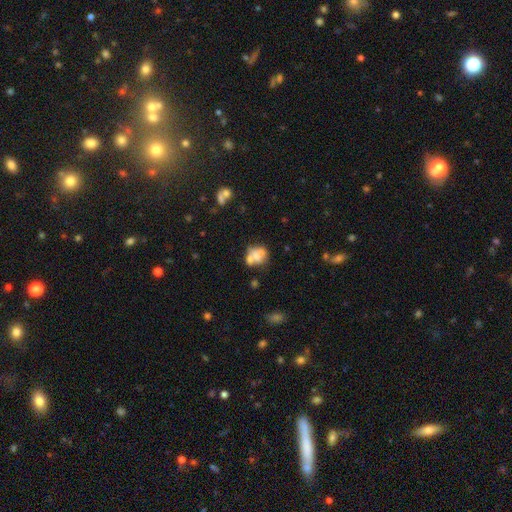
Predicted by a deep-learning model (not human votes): smooth_or_featured: smooth (p=0.62) [alt: featured or disk p=0.27]
how_rounded: round (p=0.54) [alt: in between p=0.45]
merging: merger (p=0.39) [alt: none p=0.36]